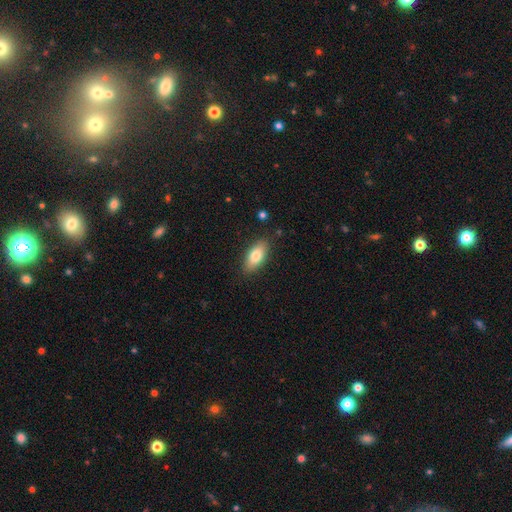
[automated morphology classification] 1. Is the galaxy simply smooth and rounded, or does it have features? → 80% smooth, 14% featured or disk, 6% star or artifact.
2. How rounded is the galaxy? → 85% in between, 12% cigar-shaped, 3% round.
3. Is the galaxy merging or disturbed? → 85% none, 11% minor disturbance, 2% major disturbance, 1% merger.